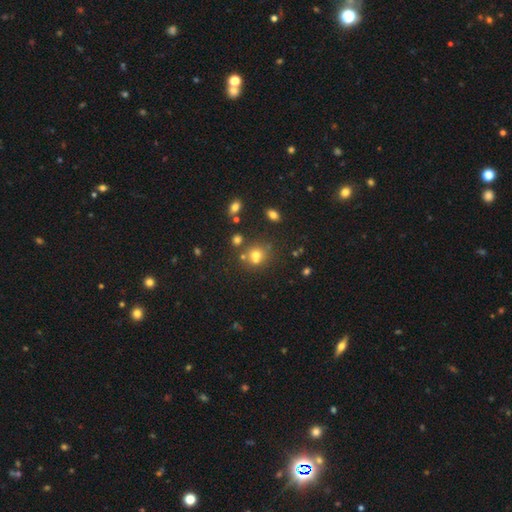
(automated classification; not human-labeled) smooth-or-featured: smooth: 65% | star or artifact: 20% | featured or disk: 16%
  how-rounded: round: 75% | in between: 23% | cigar-shaped: 1%
  merging: none: 51% | merger: 32% | minor disturbance: 12% | major disturbance: 5%